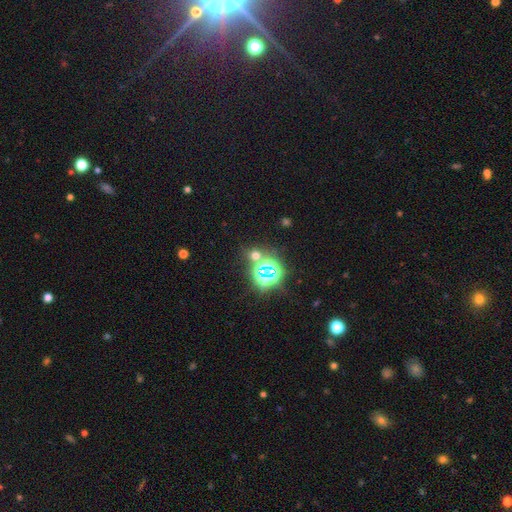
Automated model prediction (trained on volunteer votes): This is possibly a star or artifact rather than a galaxy (55%).